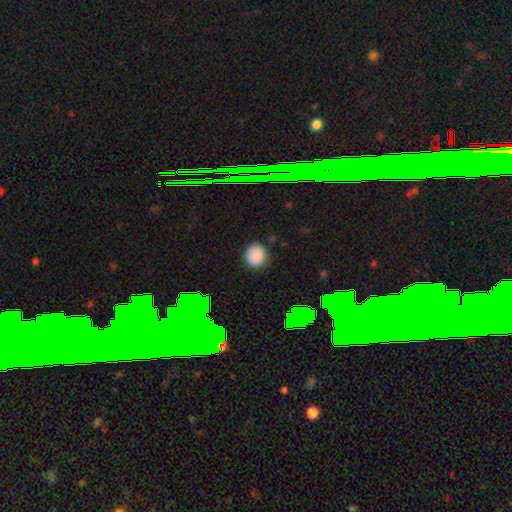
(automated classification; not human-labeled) smooth-or-featured: smooth: 83% | star or artifact: 11% | featured or disk: 5%
  how-rounded: round: 84% | in between: 15% | cigar-shaped: 1%
  merging: none: 83% | minor disturbance: 13% | major disturbance: 3% | merger: 1%